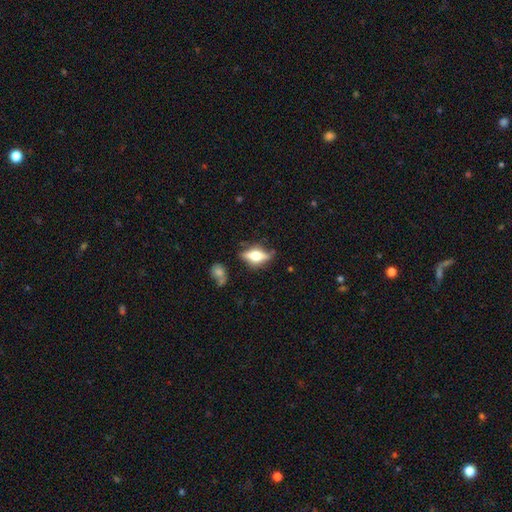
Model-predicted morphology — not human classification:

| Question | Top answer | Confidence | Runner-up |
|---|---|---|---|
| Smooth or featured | featured or disk | 59% | smooth (33%) |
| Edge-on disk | yes | 88% | no (12%) |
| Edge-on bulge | rounded | 93% | boxy (6%) |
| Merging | none | 73% | minor disturbance (17%) |